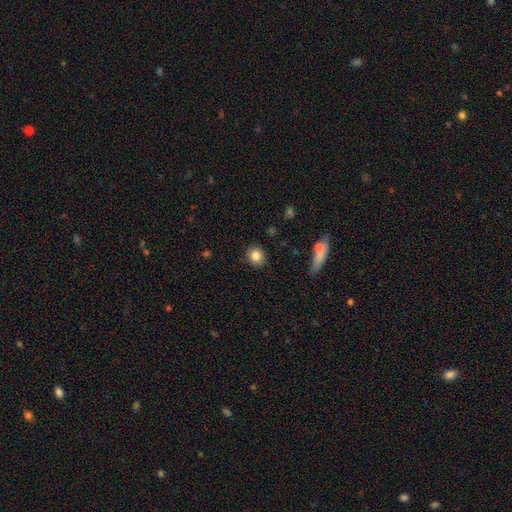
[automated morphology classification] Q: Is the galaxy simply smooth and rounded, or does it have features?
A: smooth — 84%.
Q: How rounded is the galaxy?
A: round — 83%.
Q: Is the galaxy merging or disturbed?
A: none — 88%.